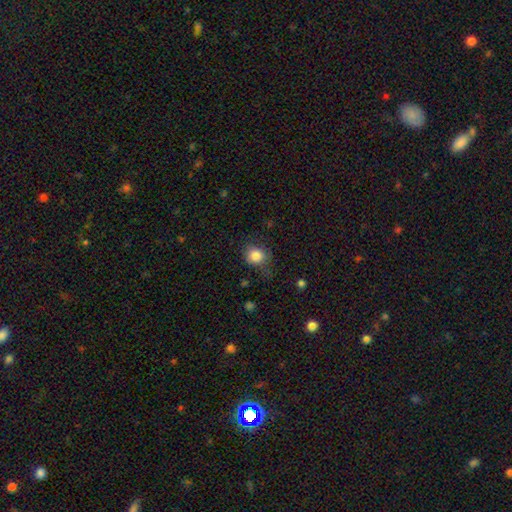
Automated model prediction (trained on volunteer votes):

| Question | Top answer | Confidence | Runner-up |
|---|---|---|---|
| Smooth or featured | smooth | 84% | star or artifact (10%) |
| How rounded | round | 78% | in between (21%) |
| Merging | none | 66% | minor disturbance (24%) |